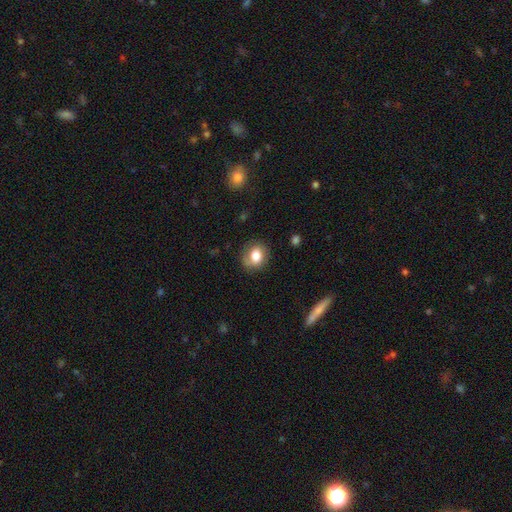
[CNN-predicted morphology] type=smooth (75%); roundness=round (60%); merging=none (74%).